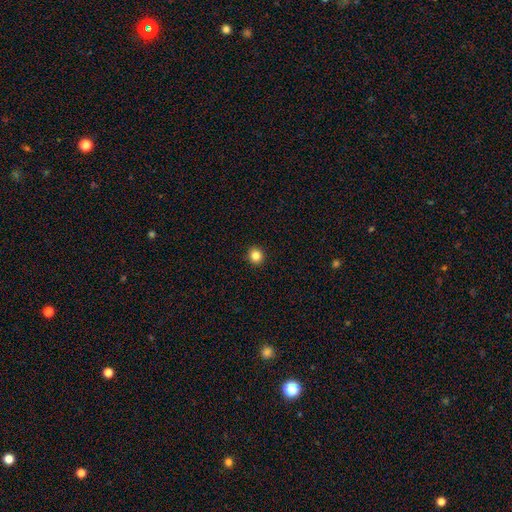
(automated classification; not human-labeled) Smooth or featured: smooth — 83% (star or artifact — 12%)
How rounded: round — 89% (in between — 10%)
Merging: none — 92% (minor disturbance — 5%)